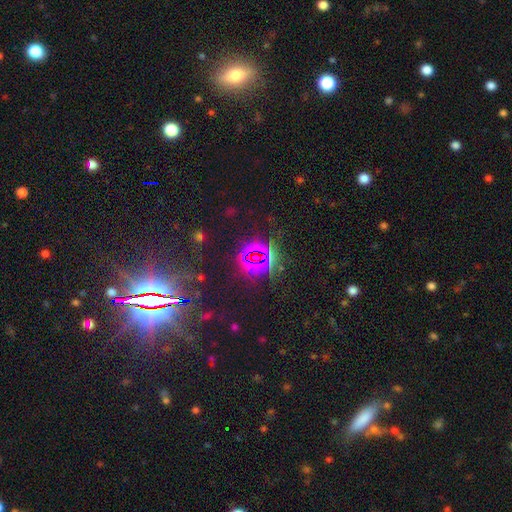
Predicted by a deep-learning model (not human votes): This is likely a star or artifact rather than a galaxy (78%).